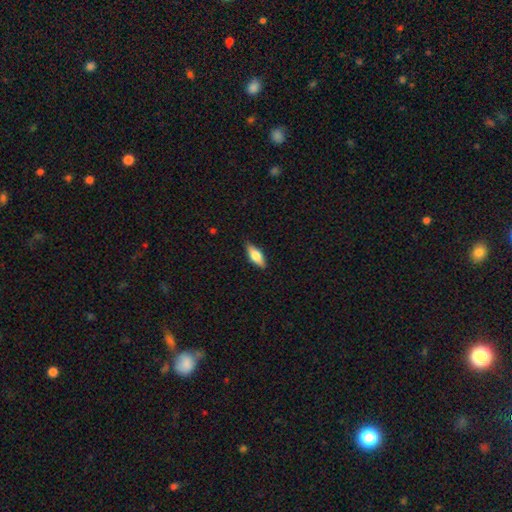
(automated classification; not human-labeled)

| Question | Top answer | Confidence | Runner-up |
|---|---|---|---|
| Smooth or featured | smooth | 63% | featured or disk (31%) |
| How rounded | in between | 71% | cigar-shaped (26%) |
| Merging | none | 86% | minor disturbance (11%) |